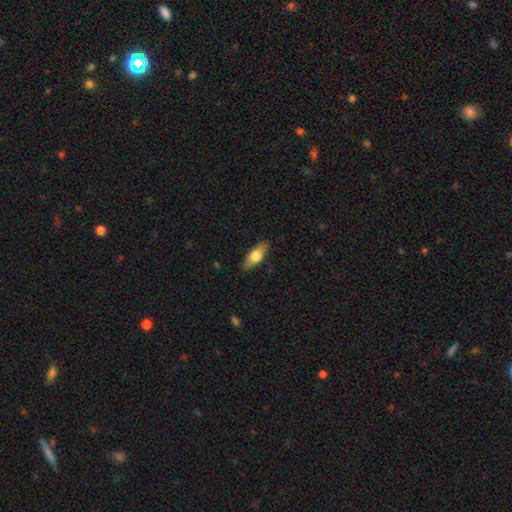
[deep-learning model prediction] smooth-or-featured: smooth: 67% | featured or disk: 27% | star or artifact: 6%
  how-rounded: in between: 77% | cigar-shaped: 19% | round: 4%
  merging: none: 85% | minor disturbance: 11% | major disturbance: 2% | merger: 1%